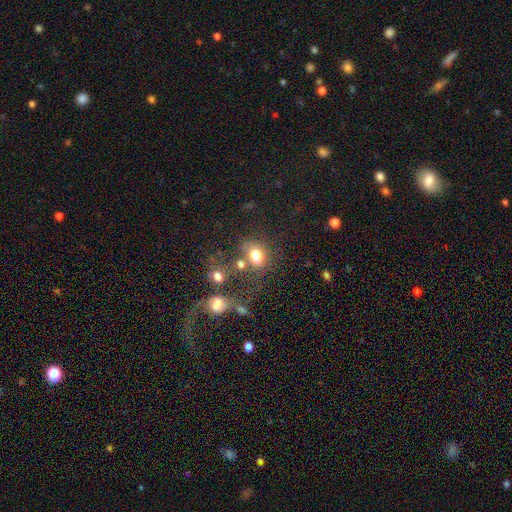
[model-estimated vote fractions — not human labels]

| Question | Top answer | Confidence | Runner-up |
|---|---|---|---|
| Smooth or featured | smooth | 75% | star or artifact (14%) |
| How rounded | in between | 56% | round (42%) |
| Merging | none | 50% | merger (23%) |